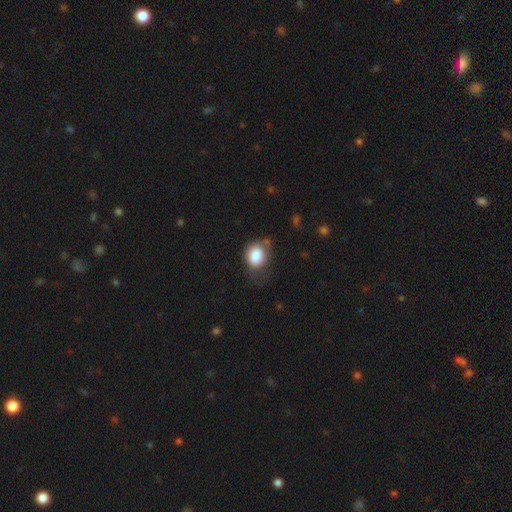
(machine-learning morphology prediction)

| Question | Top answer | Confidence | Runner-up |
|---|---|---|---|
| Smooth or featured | smooth | 84% | featured or disk (8%) |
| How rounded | round | 52% | in between (47%) |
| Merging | none | 42% | minor disturbance (36%) |